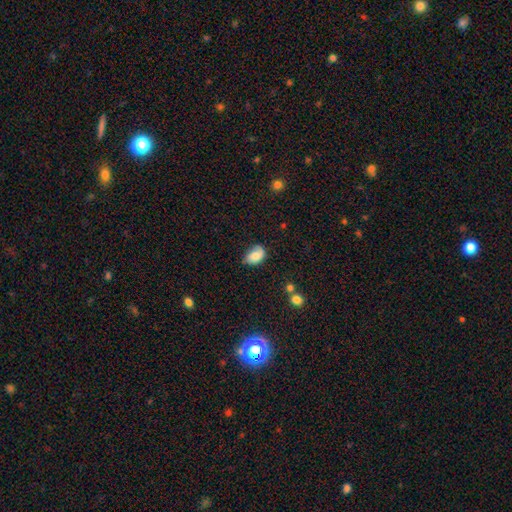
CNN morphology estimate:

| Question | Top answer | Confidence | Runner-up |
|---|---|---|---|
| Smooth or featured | smooth | 66% | featured or disk (26%) |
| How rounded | in between | 83% | round (16%) |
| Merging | none | 52% | minor disturbance (34%) |